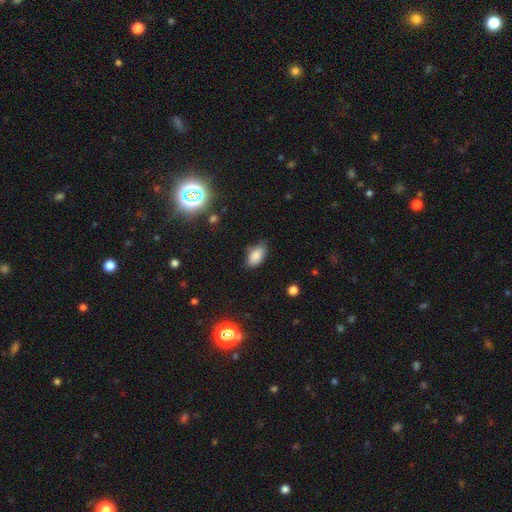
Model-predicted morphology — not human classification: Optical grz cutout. It shows a smooth galaxy with no disk features (85%) that is in between round and cigar-shaped (93%). Merging: none (72%).